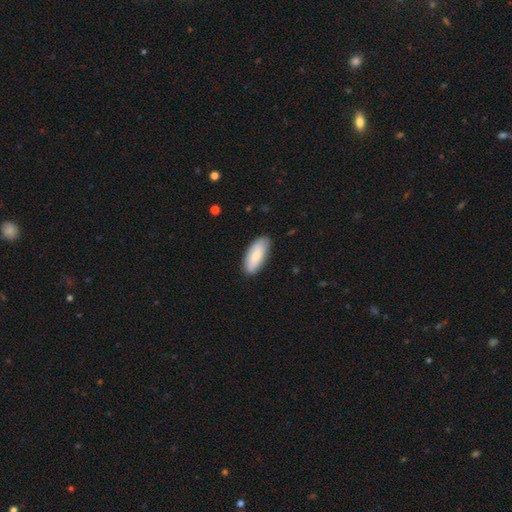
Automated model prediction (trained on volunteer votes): Q: Smooth or featured?
A: smooth (79%); runner-up: featured or disk (15%)
Q: How rounded?
A: in between (85%); runner-up: cigar-shaped (13%)
Q: Merging?
A: none (83%); runner-up: minor disturbance (13%)